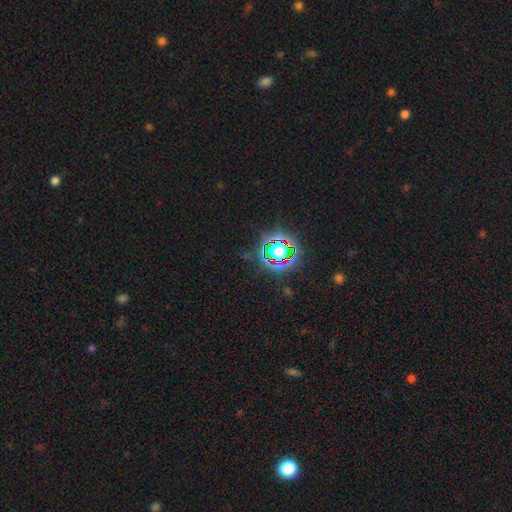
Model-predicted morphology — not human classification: The model was most divided on "smooth or featured": star or artifact: 81%, smooth: 11%, featured or disk: 7%.